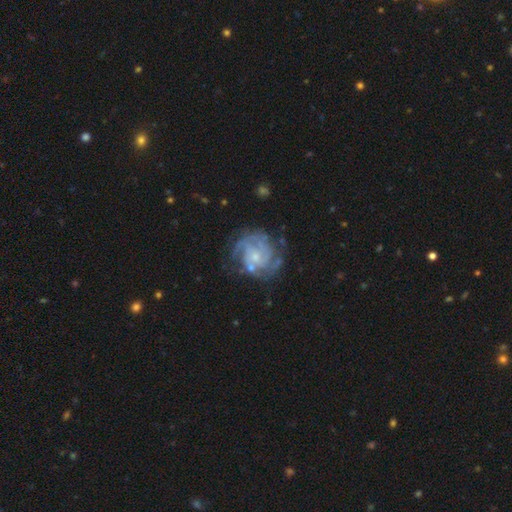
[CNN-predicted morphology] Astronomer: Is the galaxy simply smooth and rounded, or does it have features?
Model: featured or disk — 85%.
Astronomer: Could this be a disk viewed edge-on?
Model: no — 98%.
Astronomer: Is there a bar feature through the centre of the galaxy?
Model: no — 65%.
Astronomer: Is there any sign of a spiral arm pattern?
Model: yes — 95%.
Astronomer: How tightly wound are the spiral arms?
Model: tight — 60%.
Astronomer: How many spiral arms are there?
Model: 3 — 27%, tied with can't tell at 27%.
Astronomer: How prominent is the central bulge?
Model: small — 62%.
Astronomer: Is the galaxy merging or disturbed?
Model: none — 66%.